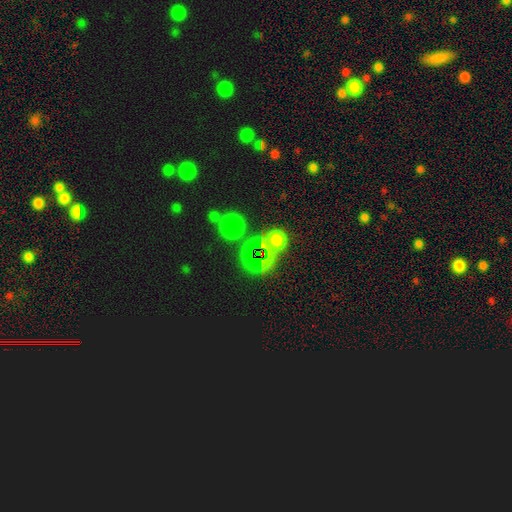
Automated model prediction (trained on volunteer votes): The model was most divided on "smooth or featured": star or artifact: 64%, smooth: 28%, featured or disk: 8%.